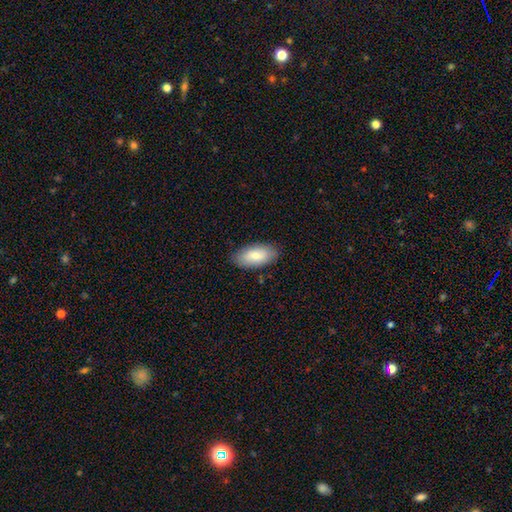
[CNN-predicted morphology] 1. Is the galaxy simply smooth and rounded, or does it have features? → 80% smooth, 14% featured or disk, 6% star or artifact.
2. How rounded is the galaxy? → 93% in between, 5% cigar-shaped, 2% round.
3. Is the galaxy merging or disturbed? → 86% none, 11% minor disturbance, 2% major disturbance, 1% merger.